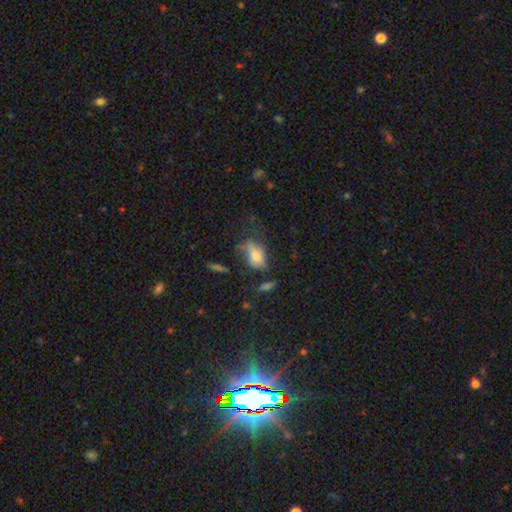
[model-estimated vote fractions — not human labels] This appears to be a smooth galaxy with no disk features (65%) that is in between round and cigar-shaped (83%). Merging: none (35%).